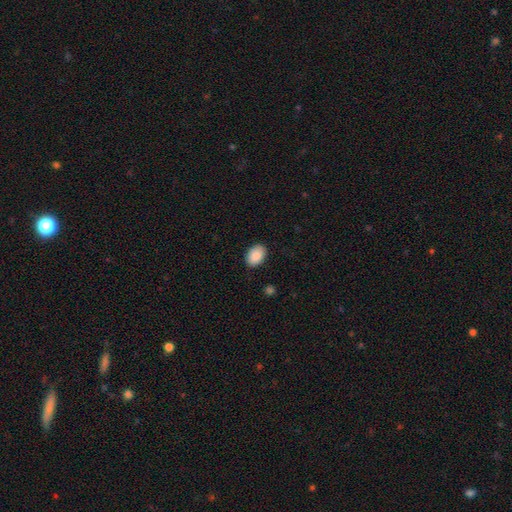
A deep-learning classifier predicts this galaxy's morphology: This is clearly a smooth galaxy (90%). How rounded: clearly in between (83%). Merging: clearly none (87%).